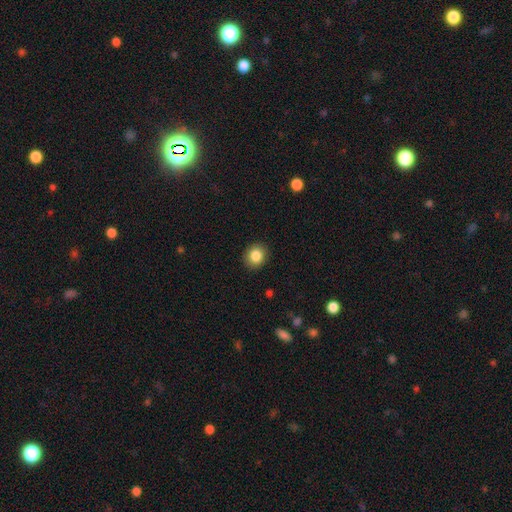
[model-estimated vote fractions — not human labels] Morphology: type=smooth (86%); roundness=round (75%); merging=none (90%).